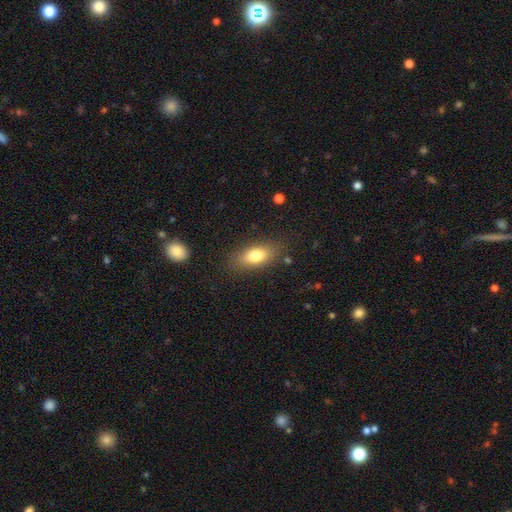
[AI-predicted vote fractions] Overall: smooth (77%). How rounded: in between (83%). Merging: none (82%).